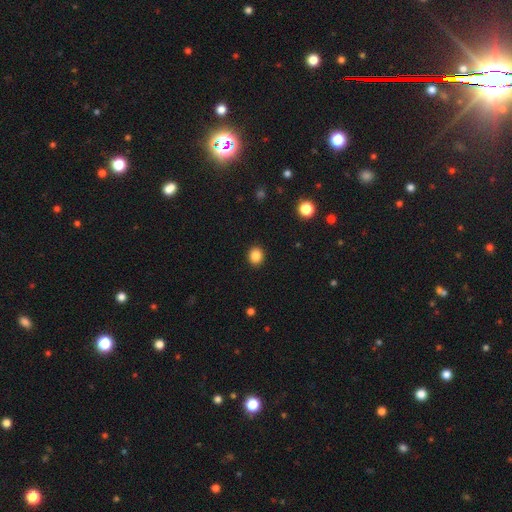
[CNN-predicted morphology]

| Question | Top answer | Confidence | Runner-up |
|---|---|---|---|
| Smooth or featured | smooth | 86% | star or artifact (10%) |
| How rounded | round | 73% | in between (26%) |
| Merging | none | 91% | minor disturbance (6%) |